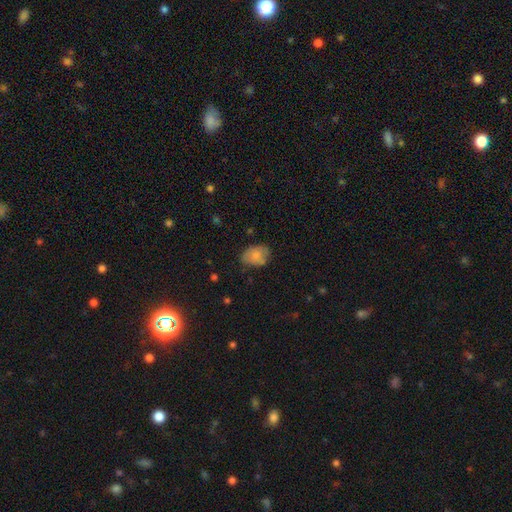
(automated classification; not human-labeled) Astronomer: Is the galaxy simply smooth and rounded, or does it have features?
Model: smooth — 79%.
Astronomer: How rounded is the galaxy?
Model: in between — 76%.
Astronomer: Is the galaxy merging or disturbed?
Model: none — 65%.